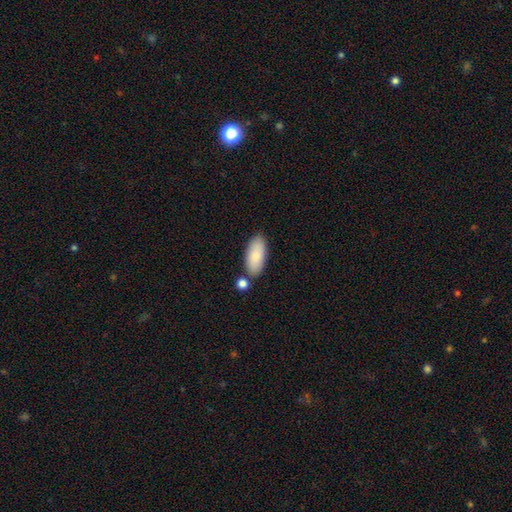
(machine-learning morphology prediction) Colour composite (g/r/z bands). It shows a smooth galaxy with no disk features (84%) that is in between round and cigar-shaped (88%). Merging: none (75%).